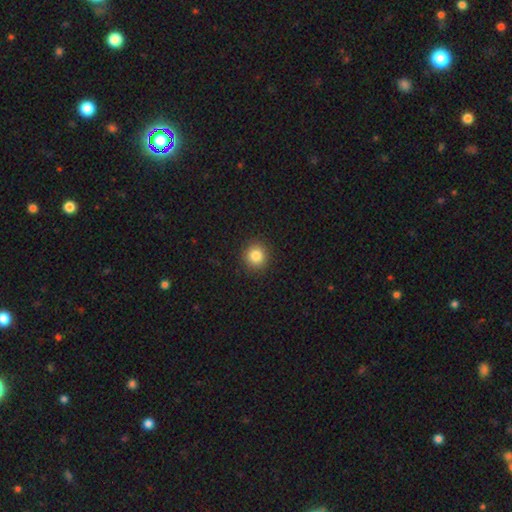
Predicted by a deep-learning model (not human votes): This is clearly a smooth galaxy (85%). How rounded: clearly round (91%). Merging: clearly none (91%).